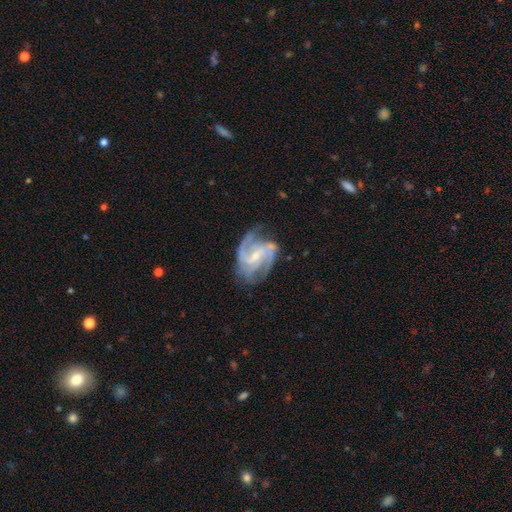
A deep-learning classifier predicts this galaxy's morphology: This appears to be a featured or disk galaxy (90%) with a weak bar (50%), 2 (55%) medium (54%) spiral arms (97%) and a small central bulge (66%). Merging: none (62%).